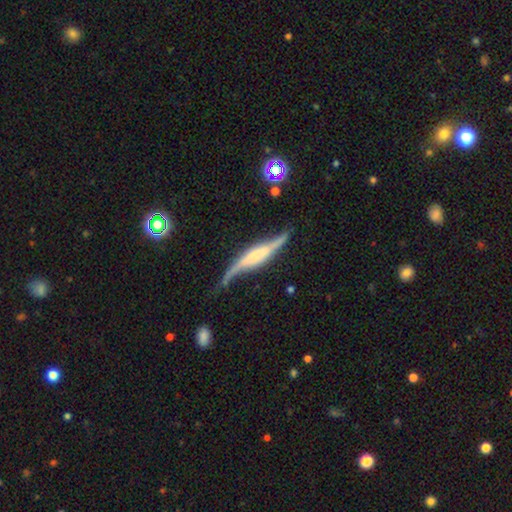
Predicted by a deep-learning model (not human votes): A featured or disk galaxy (79%) viewed edge-on (67%) with a rounded central bulge (47%).

Vote fractions:
- Smooth or featured? featured or disk: 79% / smooth: 15% / star or artifact: 6%
- Edge-on disk? yes: 67% / no: 33%
- Edge-on bulge? rounded: 47% / boxy: 37% / none: 16%
- Merging? none: 58% / minor disturbance: 26% / major disturbance: 11% / merger: 4%